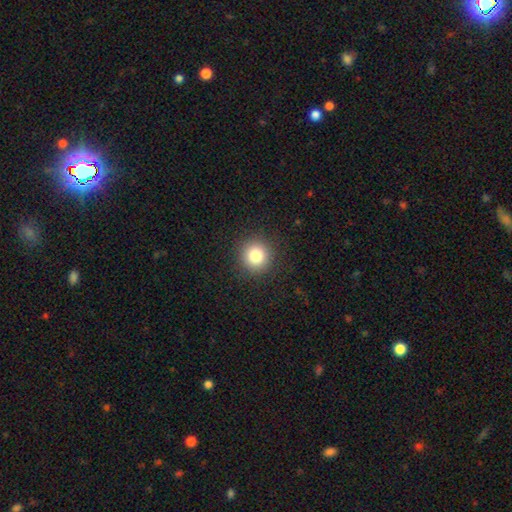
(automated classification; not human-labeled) A smooth galaxy with no disk features (83%) that is round (93%). Merging: none (91%).